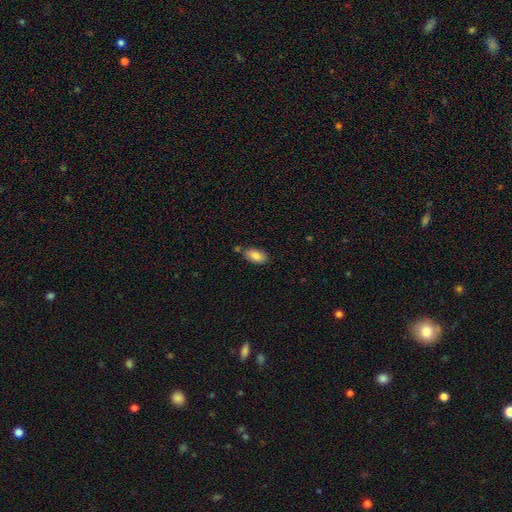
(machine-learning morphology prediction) Smooth or featured? Predicted: smooth (p=0.83). How rounded? Predicted: in between (p=0.92). Merging? Predicted: none (p=0.77).